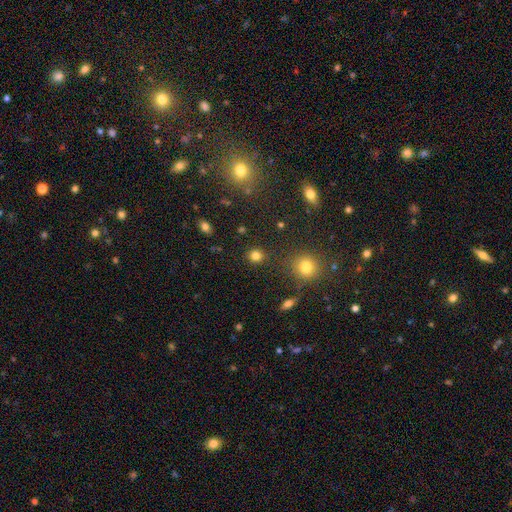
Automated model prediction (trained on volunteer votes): The model was most divided on "smooth or featured": smooth: 81%, star or artifact: 14%, featured or disk: 5%. More confident: merging — none (88%); how rounded — round (86%).